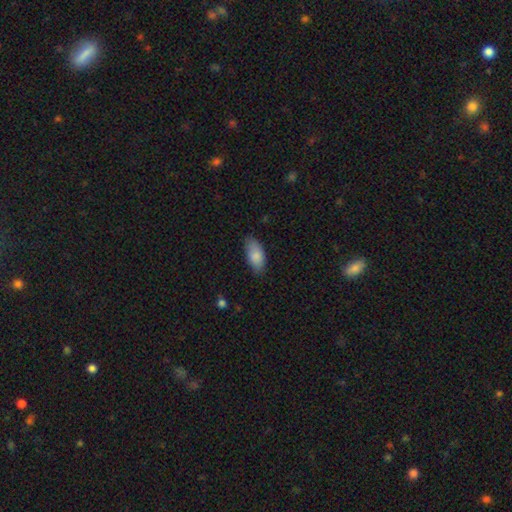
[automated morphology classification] smooth_or_featured: smooth (p=0.86) [alt: featured or disk p=0.08]
how_rounded: in between (p=0.91) [alt: cigar-shaped p=0.07]
merging: none (p=0.73) [alt: minor disturbance p=0.21]